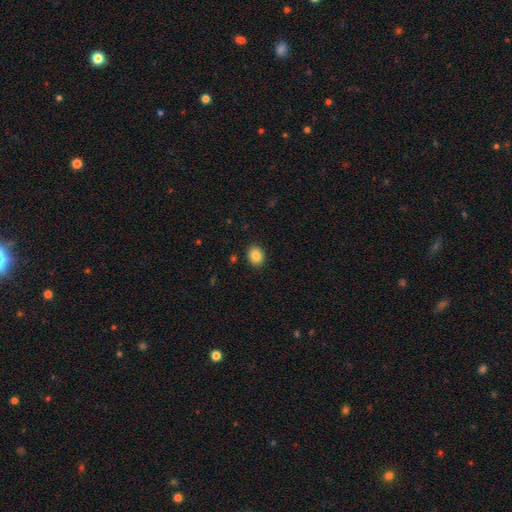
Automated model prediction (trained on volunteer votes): Morphology: type=smooth (86%); roundness=round (52%); merging=none (91%).